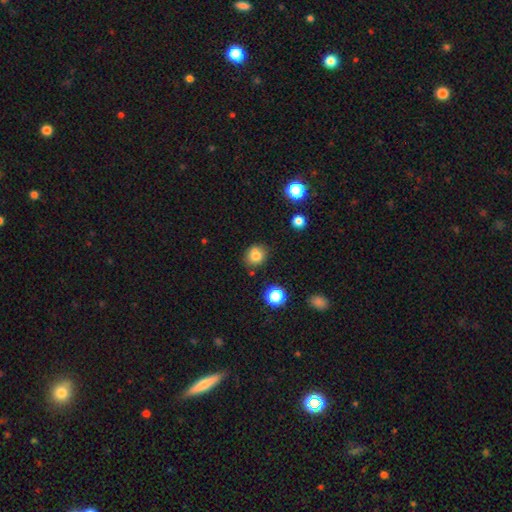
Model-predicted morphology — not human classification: smooth_or_featured: smooth (p=0.79) [alt: star or artifact p=0.13]
how_rounded: round (p=0.76) [alt: in between p=0.23]
merging: none (p=0.78) [alt: minor disturbance p=0.13]